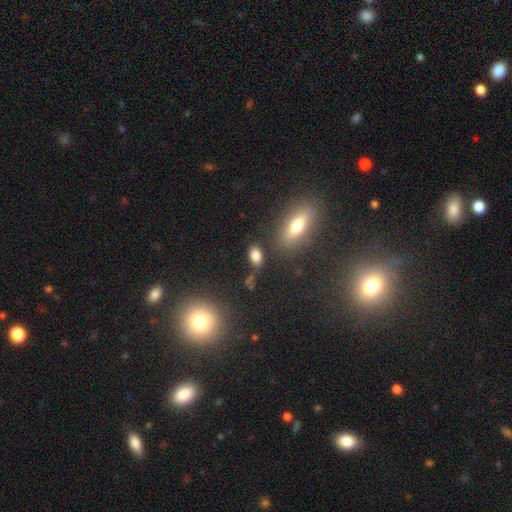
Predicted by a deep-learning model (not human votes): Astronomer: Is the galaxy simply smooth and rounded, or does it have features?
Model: smooth — 82%.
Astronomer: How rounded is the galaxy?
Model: in between — 87%.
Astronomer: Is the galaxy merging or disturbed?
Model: none — 74%.